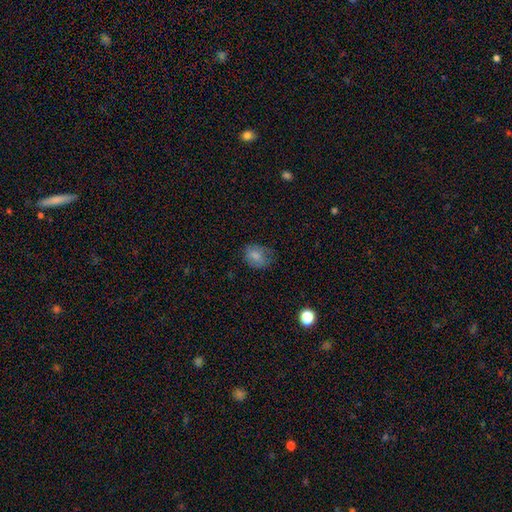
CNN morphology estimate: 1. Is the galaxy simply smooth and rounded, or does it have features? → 76% smooth, 14% featured or disk, 10% star or artifact.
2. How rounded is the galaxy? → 54% in between, 45% round, 1% cigar-shaped.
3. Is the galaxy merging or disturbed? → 64% none, 26% minor disturbance, 10% major disturbance, 1% merger.